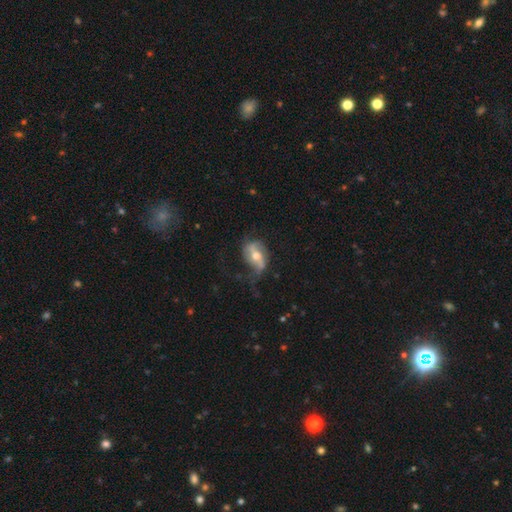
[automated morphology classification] Overall: featured or disk (67%). Edge-on disk: no (90%). Bar: strong (43%; weak 31%). Spiral arms: yes (73%). Bulge size: moderate (65%; small 29%). Merging: none (48%; minor disturbance 28%).